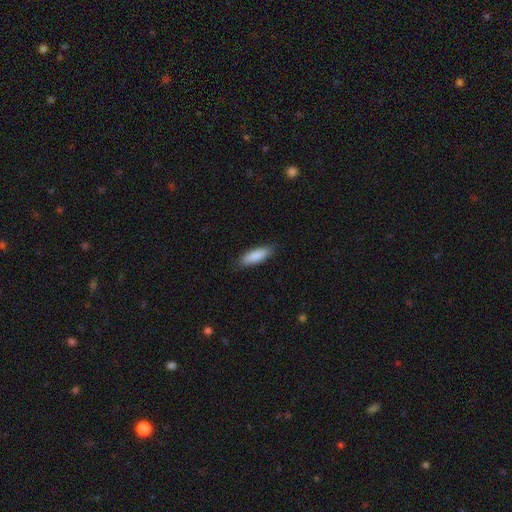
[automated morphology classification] smooth-or-featured: smooth: 87% | featured or disk: 7% | star or artifact: 6%
  how-rounded: in between: 49% (tied) | cigar-shaped: 49% (tied) | round: 2%
  merging: none: 86% | minor disturbance: 11% | major disturbance: 2% | merger: 1%